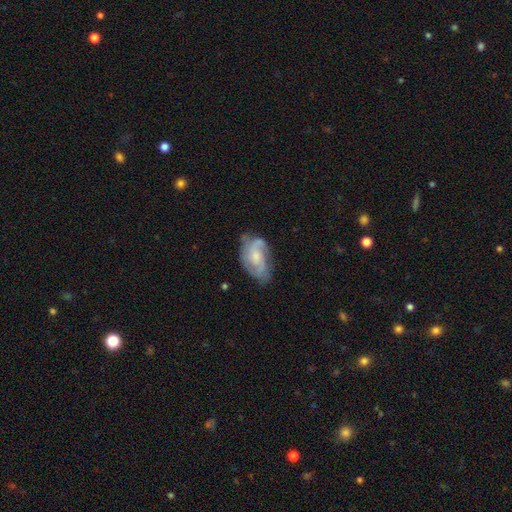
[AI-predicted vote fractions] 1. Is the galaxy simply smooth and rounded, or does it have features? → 76% featured or disk, 18% smooth, 6% star or artifact.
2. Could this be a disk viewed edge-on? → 97% no, 3% yes.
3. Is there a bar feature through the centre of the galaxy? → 63% no, 32% weak, 5% strong.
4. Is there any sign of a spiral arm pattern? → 92% yes, 8% no.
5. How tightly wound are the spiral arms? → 46% medium, 36% tight, 18% loose.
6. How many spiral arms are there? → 50% 2, 22% 3, 18% can't tell, 4% 1, 4% 4, 3% more than 4.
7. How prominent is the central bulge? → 43% small, 42% moderate, 9% none, 4% large, 1% dominant.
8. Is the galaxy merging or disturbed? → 62% none, 26% minor disturbance, 10% major disturbance, 2% merger.